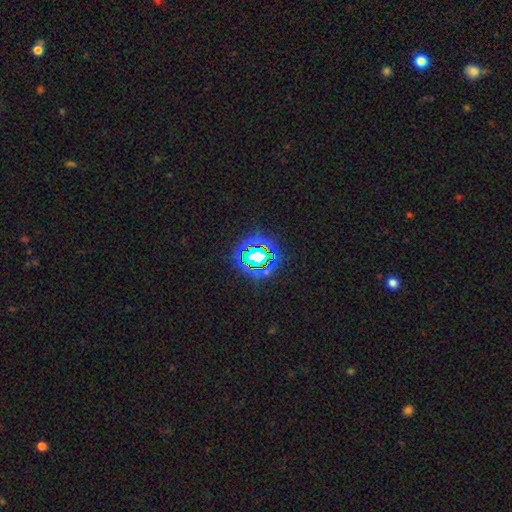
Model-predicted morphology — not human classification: type=star or artifact (69%).